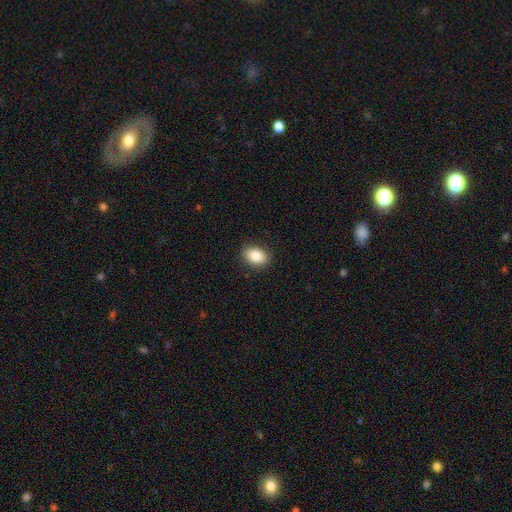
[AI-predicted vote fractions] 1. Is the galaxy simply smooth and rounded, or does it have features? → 83% smooth, 8% featured or disk, 8% star or artifact.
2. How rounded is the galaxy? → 77% in between, 22% round, 1% cigar-shaped.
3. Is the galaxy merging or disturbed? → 86% none, 11% minor disturbance, 2% major disturbance, 1% merger.